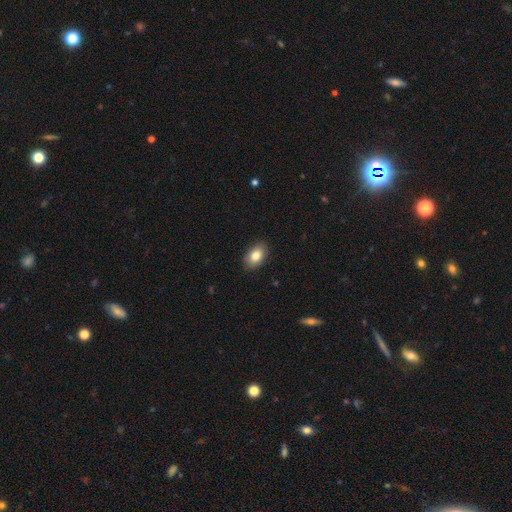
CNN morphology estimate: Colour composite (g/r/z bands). It shows a smooth galaxy with no disk features (83%) that is in between round and cigar-shaped (89%). Merging: none (88%).